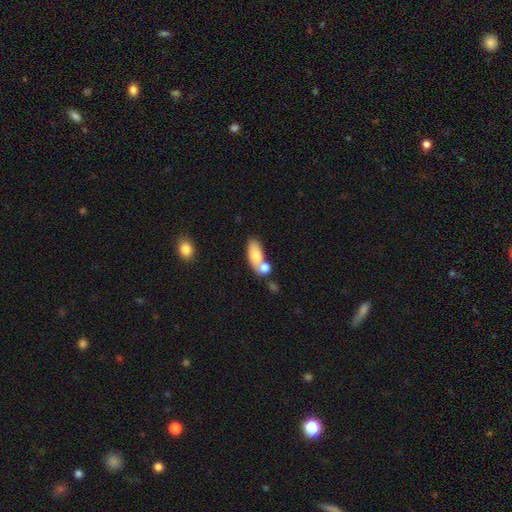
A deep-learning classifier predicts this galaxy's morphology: Q: Smooth or featured?
A: smooth (76%); runner-up: featured or disk (17%)
Q: How rounded?
A: in between (82%); runner-up: cigar-shaped (13%)
Q: Merging?
A: merger (46%); runner-up: none (35%)